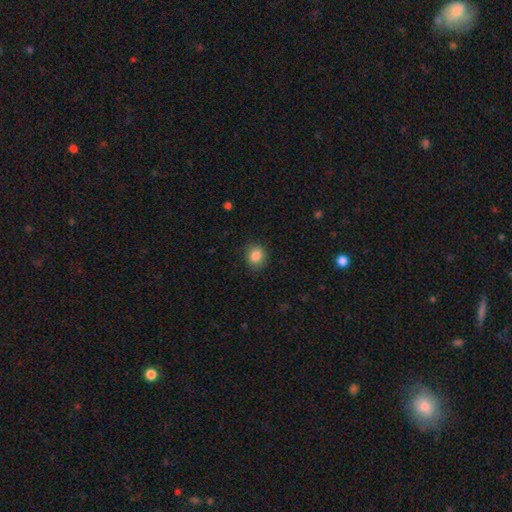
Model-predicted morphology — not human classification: smooth 85%, star or artifact 9%, featured or disk 5%. Down the decision tree: how rounded — round (65%); merging — none (84%).